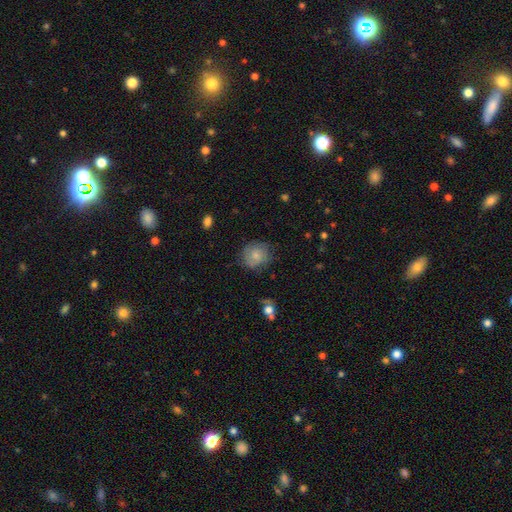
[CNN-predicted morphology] Smooth or featured? Predicted: smooth (p=0.66). How rounded? Predicted: round (p=0.82). Merging? Predicted: none (p=0.69).